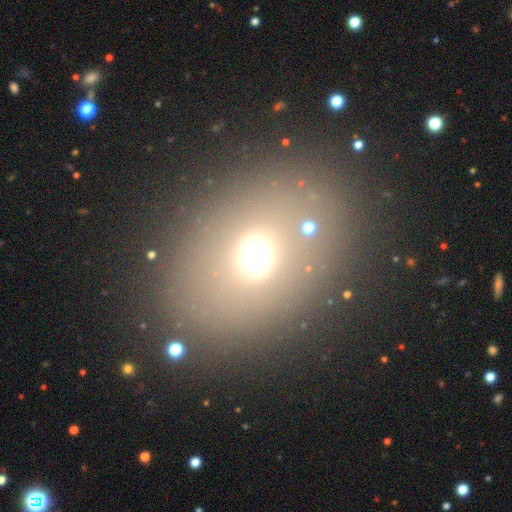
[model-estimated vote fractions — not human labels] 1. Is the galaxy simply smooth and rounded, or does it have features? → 57% smooth, 27% star or artifact, 16% featured or disk.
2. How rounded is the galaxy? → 49% round, 48% in between, 3% cigar-shaped.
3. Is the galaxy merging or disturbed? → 77% none, 10% minor disturbance, 7% major disturbance, 5% merger.